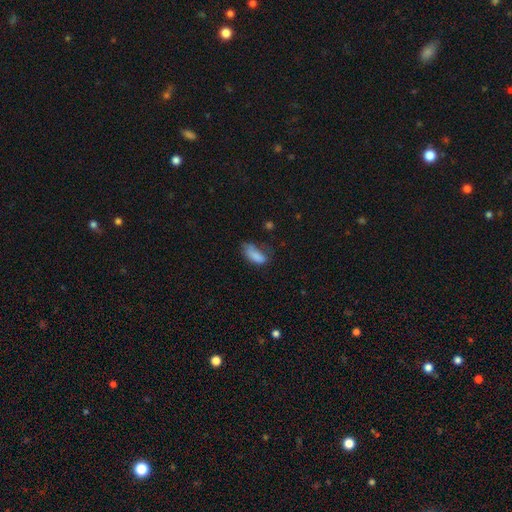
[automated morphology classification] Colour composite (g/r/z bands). It shows a smooth galaxy with no disk features (80%) that is in between round and cigar-shaped (85%). Merging: minor disturbance (37%).